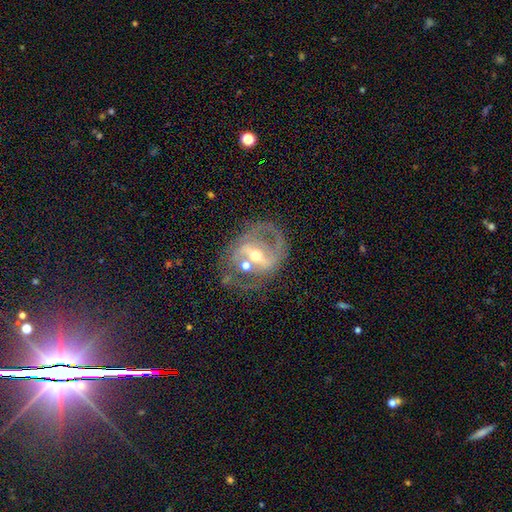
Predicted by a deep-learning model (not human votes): Smooth or featured? Predicted: featured or disk (p=0.83). Edge-on disk? Predicted: no (p=0.96). Bar? Predicted: strong (p=0.55). Spiral arms? Predicted: yes (p=0.81). Spiral winding? Predicted: medium (p=0.49). Spiral arm count? Predicted: 2 (p=0.78). Bulge size? Predicted: moderate (p=0.59). Merging? Predicted: none (p=0.55).